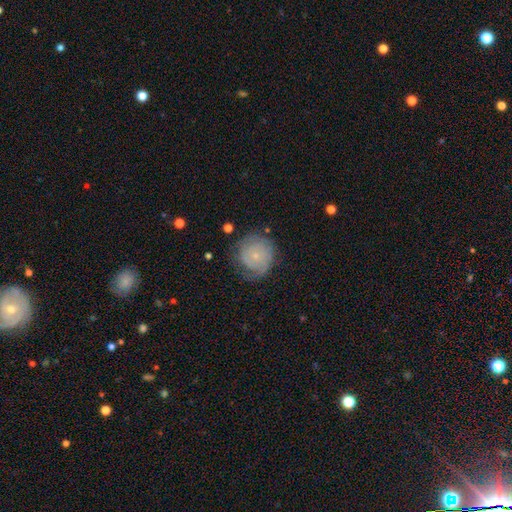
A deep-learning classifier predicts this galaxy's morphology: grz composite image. It shows a featured or disk galaxy (58%) with no bar (83%), spiral arms (80%) and a small central bulge (80%). Merging: none (64%).